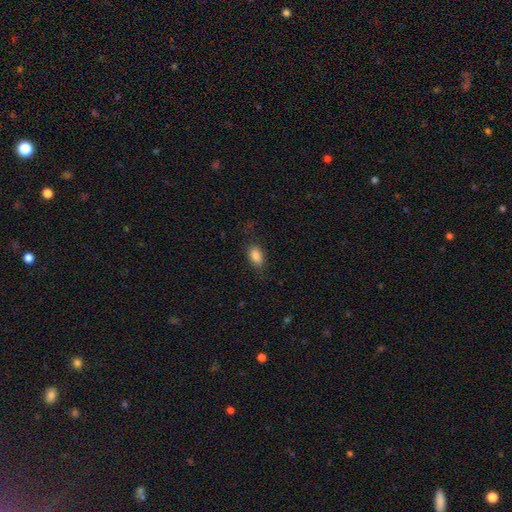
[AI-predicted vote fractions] This appears to be a smooth galaxy with no disk features (86%) that is in between round and cigar-shaped (90%). Merging: none (79%).